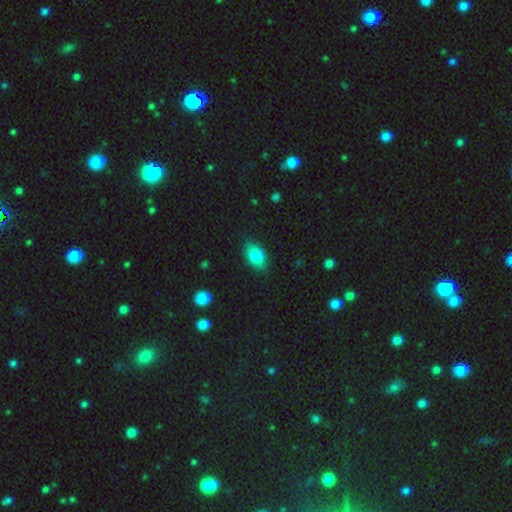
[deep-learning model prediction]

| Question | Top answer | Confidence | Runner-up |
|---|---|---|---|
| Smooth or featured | smooth | 84% | star or artifact (8%) |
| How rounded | in between | 89% | round (9%) |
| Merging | none | 85% | minor disturbance (12%) |